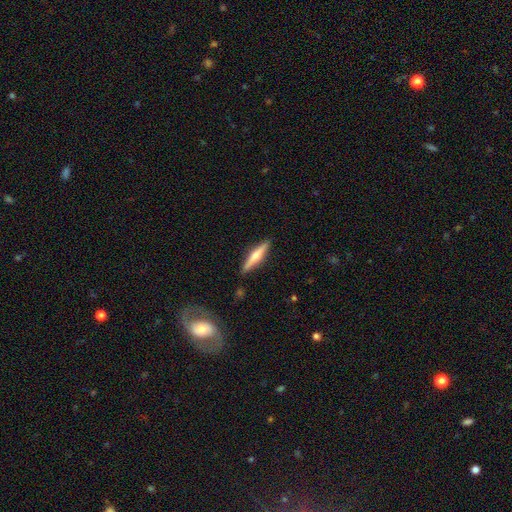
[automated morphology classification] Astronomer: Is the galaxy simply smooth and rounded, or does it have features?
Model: featured or disk — 52% (runner-up: smooth, 42%).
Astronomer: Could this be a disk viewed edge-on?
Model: yes — 96%.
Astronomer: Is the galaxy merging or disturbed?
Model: none — 88%.